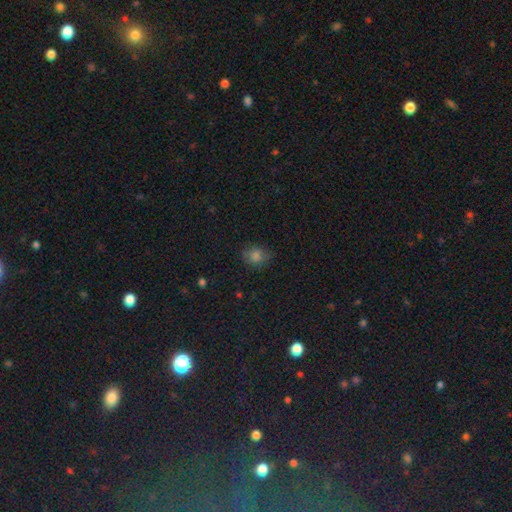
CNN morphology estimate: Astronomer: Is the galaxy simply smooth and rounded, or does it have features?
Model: smooth — 77%.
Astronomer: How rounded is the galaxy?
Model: round — 62% (runner-up: in between, 37%).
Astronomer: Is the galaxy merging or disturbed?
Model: none — 80%.